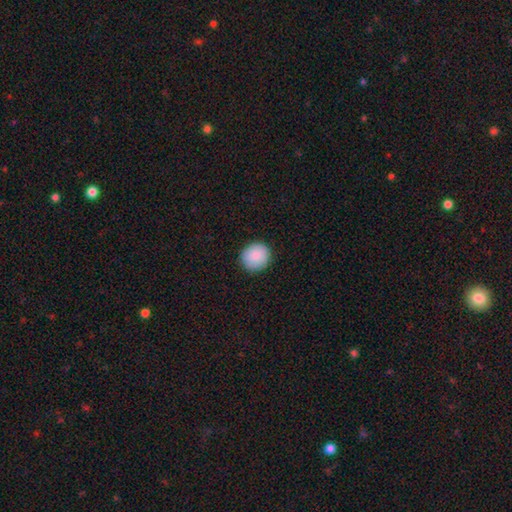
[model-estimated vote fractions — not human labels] Smooth or featured?
  - smooth: 89% *
  - star or artifact: 7%
  - featured or disk: 4%
How rounded?
  - round: 90% *
  - in between: 10%
  - cigar-shaped: 1%
Merging?
  - none: 90% *
  - minor disturbance: 7%
  - major disturbance: 2%
  - merger: 1%